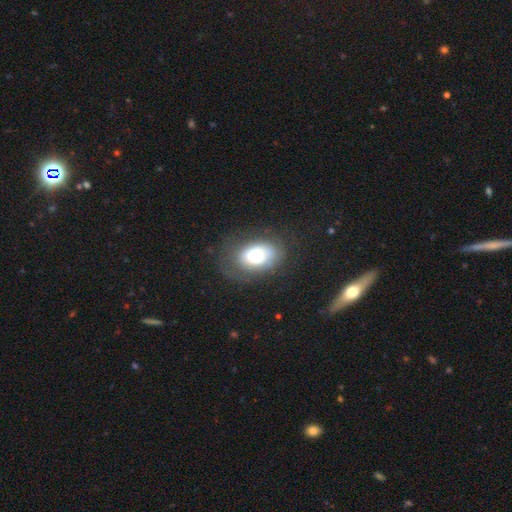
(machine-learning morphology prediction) This is likely a smooth galaxy (61%). How rounded: likely in between (79%). Merging: likely none (62%).